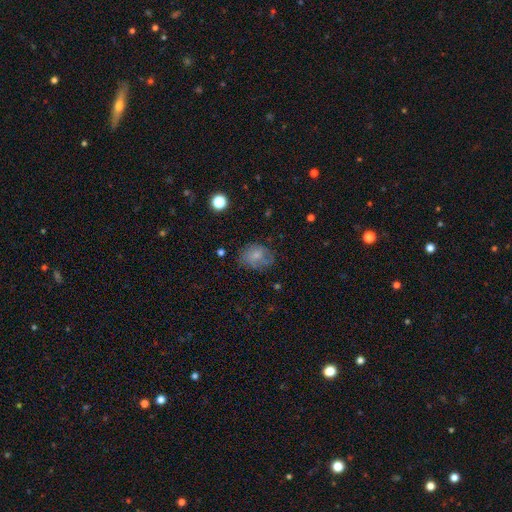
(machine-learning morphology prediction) The model was most divided on "how rounded": in between: 61%, round: 37%, cigar-shaped: 1%. More confident: smooth or featured — smooth (70%); merging — none (62%).